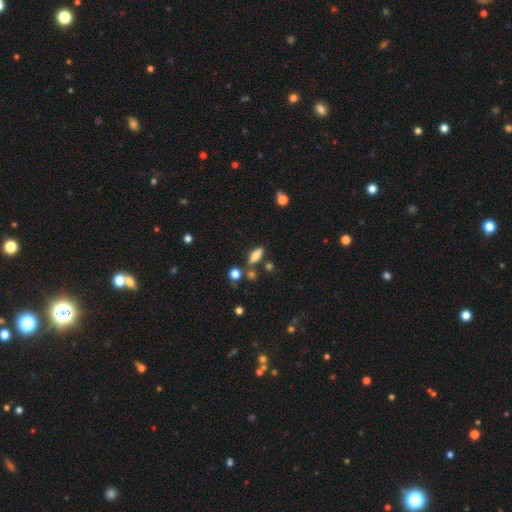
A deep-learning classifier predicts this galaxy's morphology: smooth-or-featured: smooth: 75% | featured or disk: 15% | star or artifact: 9%
  how-rounded: in between: 67% | cigar-shaped: 28% | round: 5%
  merging: none: 74% | minor disturbance: 13% | merger: 9% | major disturbance: 4%